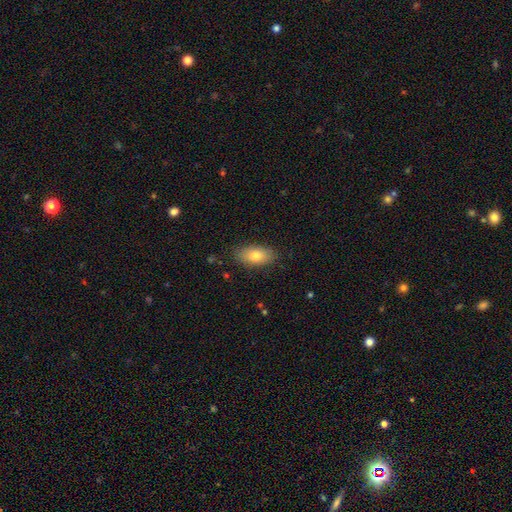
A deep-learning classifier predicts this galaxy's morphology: Smooth or featured? Predicted: smooth (p=0.79). How rounded? Predicted: in between (p=0.90). Merging? Predicted: none (p=0.85).